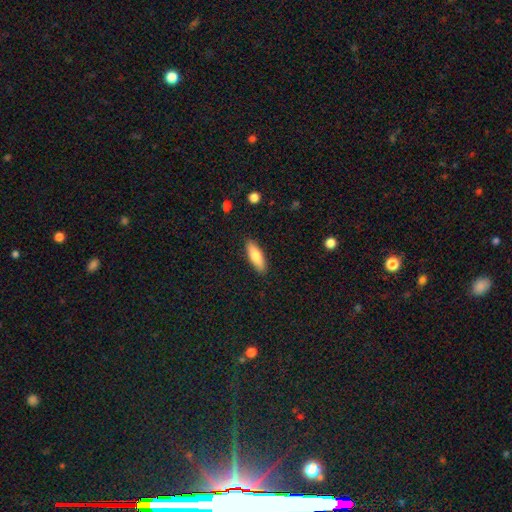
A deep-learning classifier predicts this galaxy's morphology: Smooth or featured?
  - smooth: 76% *
  - featured or disk: 18%
  - star or artifact: 6%
How rounded?
  - in between: 54% *
  - cigar-shaped: 44%
  - round: 2%
Merging?
  - none: 89% *
  - minor disturbance: 8%
  - major disturbance: 2%
  - merger: 1%